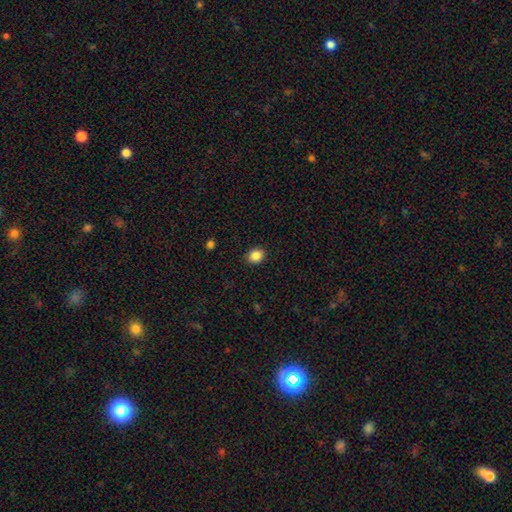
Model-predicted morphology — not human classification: Smooth or featured? smooth (86%)
How rounded? round (61%)
Merging? none (90%)